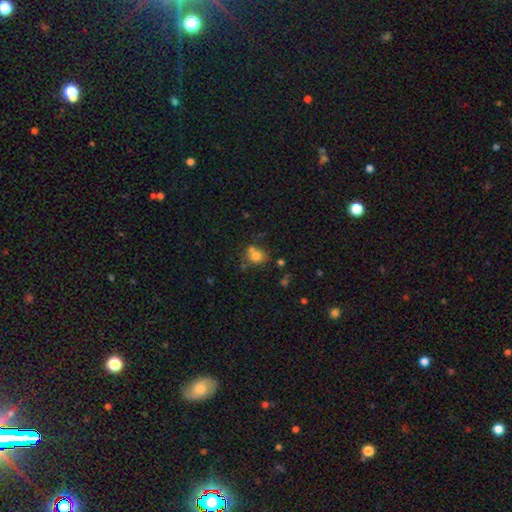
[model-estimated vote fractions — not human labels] The model was most divided on "merging": none: 53%, merger: 28%, minor disturbance: 14%, major disturbance: 6%. More confident: smooth or featured — smooth (75%); how rounded — round (74%).